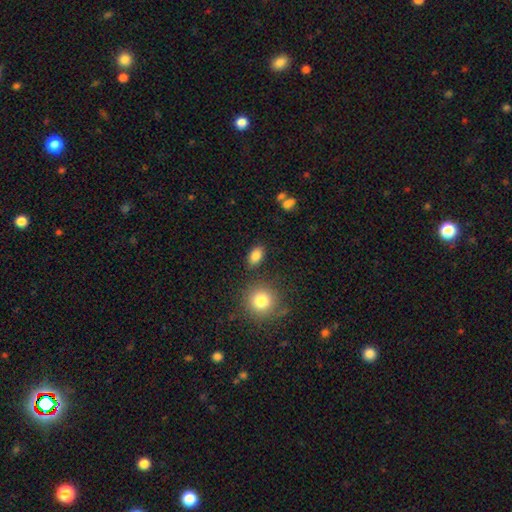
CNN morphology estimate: Smooth or featured? smooth (85%)
How rounded? in between (85%)
Merging? none (83%)